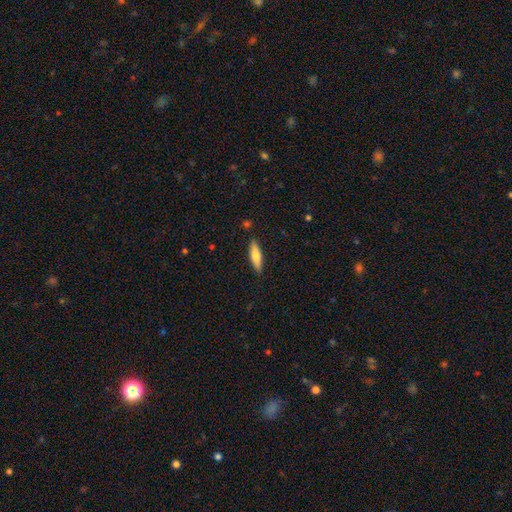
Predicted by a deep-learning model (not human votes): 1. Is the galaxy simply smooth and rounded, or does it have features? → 70% smooth, 24% featured or disk, 6% star or artifact.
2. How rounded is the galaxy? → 64% cigar-shaped, 35% in between, 2% round.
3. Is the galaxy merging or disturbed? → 88% none, 9% minor disturbance, 2% major disturbance, 1% merger.